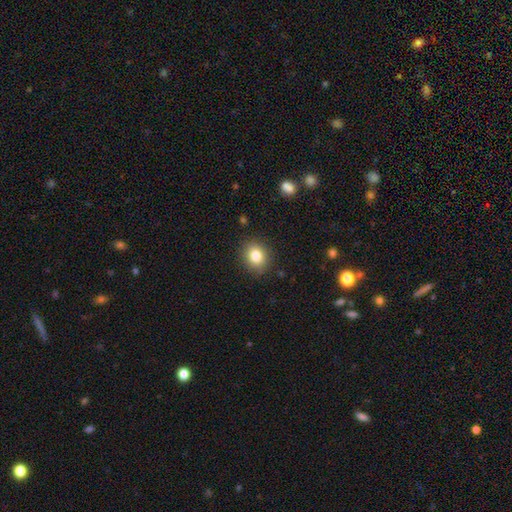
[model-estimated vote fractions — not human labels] This appears to be a smooth galaxy with no disk features (82%) that is round (72%). Merging: none (88%).